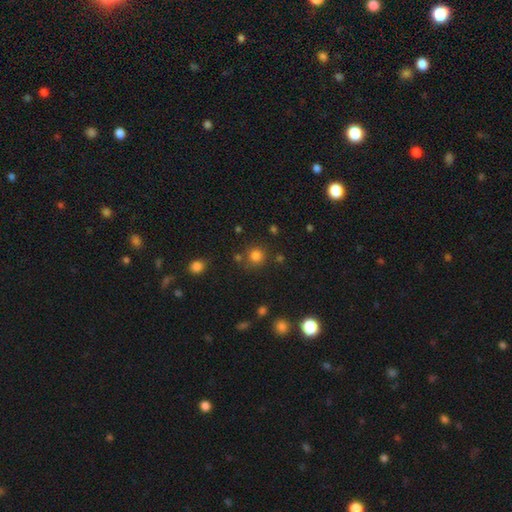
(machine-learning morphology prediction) smooth_or_featured: smooth (p=0.80) [alt: star or artifact p=0.15]
how_rounded: round (p=0.91) [alt: in between p=0.08]
merging: none (p=0.79) [alt: minor disturbance p=0.10]